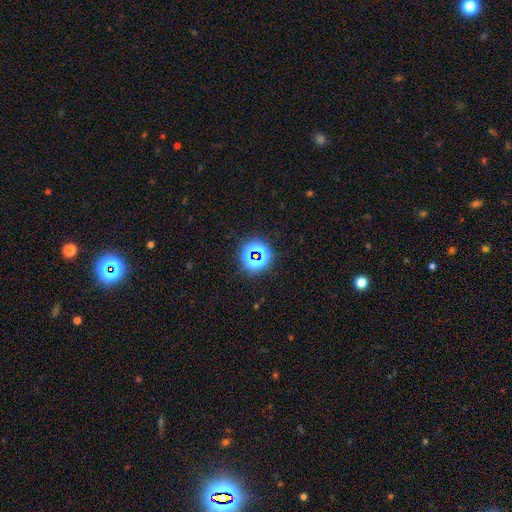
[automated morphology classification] type=star or artifact (68%).